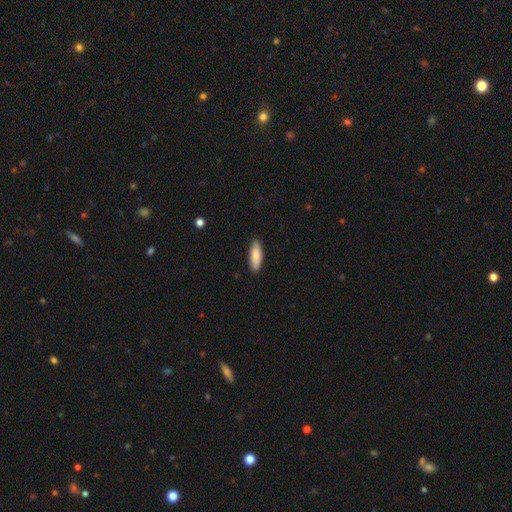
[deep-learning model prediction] Overall: smooth (85%). How rounded: in between (52%; cigar-shaped 46%). Merging: none (89%).